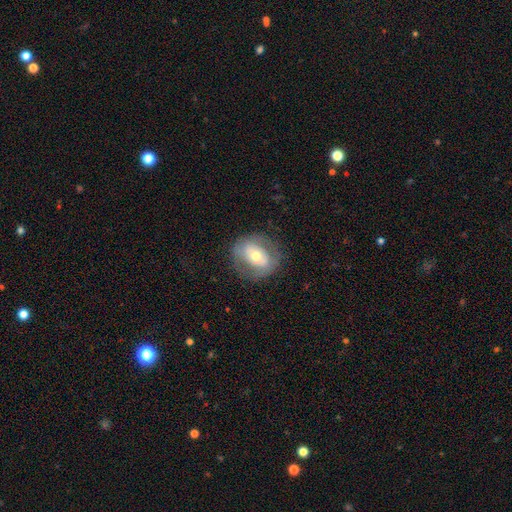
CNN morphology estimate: Overall: featured or disk (47%; smooth 45%). Merging: none (75%).